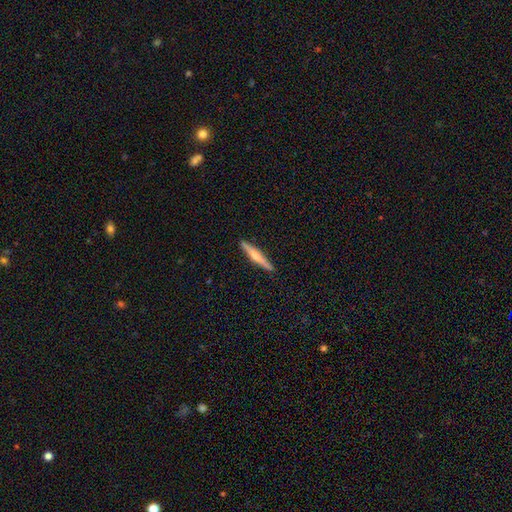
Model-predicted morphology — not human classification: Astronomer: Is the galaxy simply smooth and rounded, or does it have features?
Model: featured or disk — 52% (runner-up: smooth, 43%).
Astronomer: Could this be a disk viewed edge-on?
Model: yes — 97%.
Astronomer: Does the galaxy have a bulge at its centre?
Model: rounded — 75%.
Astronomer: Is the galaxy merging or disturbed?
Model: none — 91%.